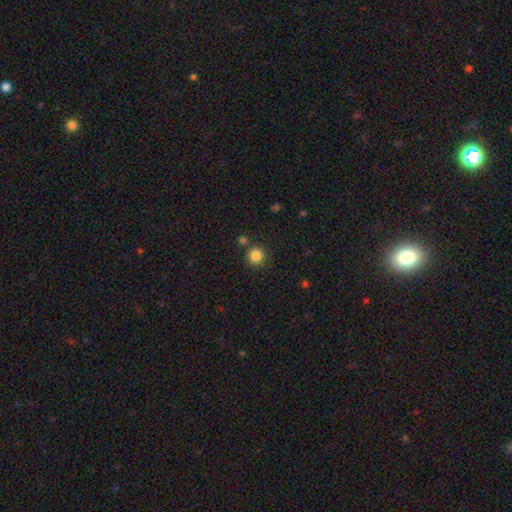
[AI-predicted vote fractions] smooth-or-featured: smooth: 85% | star or artifact: 11% | featured or disk: 4%
  how-rounded: round: 94% | in between: 5% | cigar-shaped: 1%
  merging: none: 83% | minor disturbance: 8% | merger: 7% | major disturbance: 3%